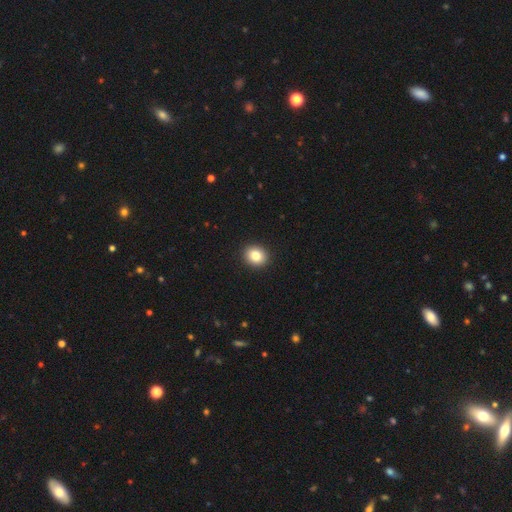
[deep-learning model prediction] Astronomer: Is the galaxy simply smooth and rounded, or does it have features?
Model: smooth — 84%.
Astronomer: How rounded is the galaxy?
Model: round — 68%.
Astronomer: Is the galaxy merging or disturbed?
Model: none — 93%.